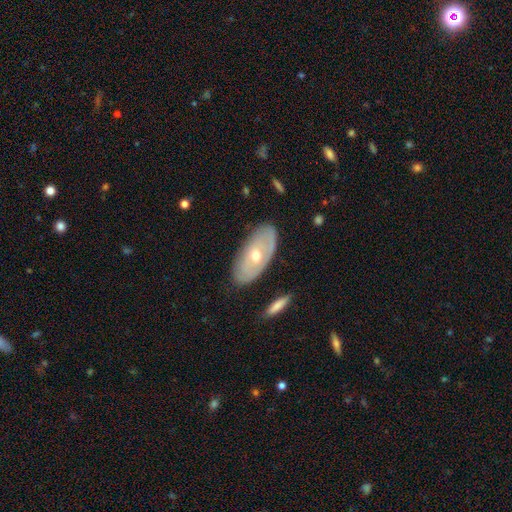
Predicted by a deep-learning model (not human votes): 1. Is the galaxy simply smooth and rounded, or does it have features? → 54% featured or disk, 40% smooth, 6% star or artifact.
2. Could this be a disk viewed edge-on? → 83% no, 17% yes.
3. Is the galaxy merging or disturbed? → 81% none, 14% minor disturbance, 4% major disturbance, 2% merger.